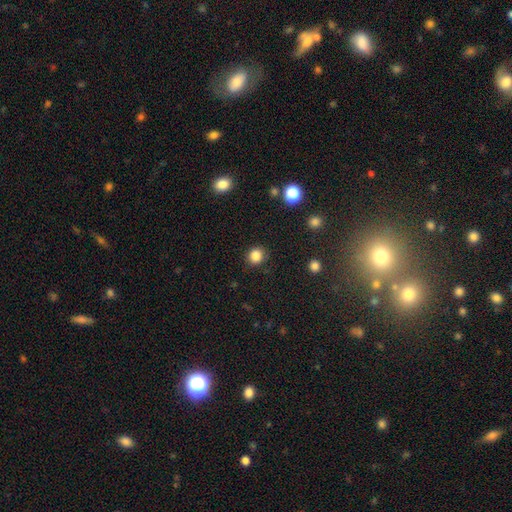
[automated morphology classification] smooth-or-featured: smooth: 85% | star or artifact: 11% | featured or disk: 4%
  how-rounded: round: 83% | in between: 16% | cigar-shaped: 1%
  merging: none: 89% | minor disturbance: 7% | major disturbance: 2% | merger: 1%